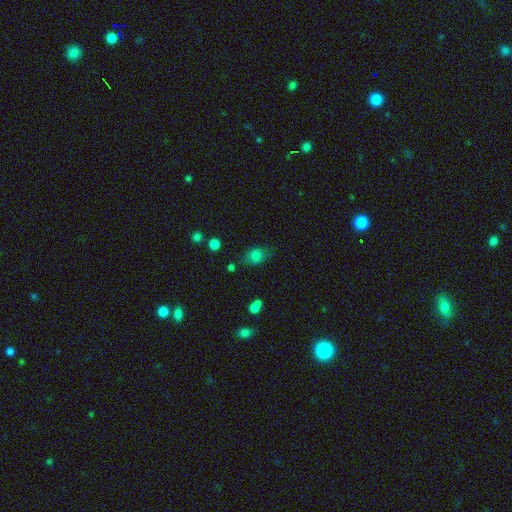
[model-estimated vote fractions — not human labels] Morphology: type=smooth (79%); roundness=in between (60%); merging=none (68%).